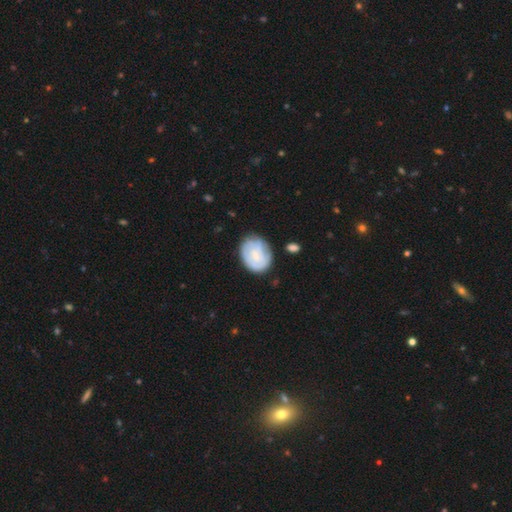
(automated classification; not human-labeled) smooth-or-featured: featured or disk: 53% | smooth: 41% | star or artifact: 6%
  disk-edge-on: no: 97% | yes: 3%
    bar: no: 66% | weak: 29% | strong: 5%
    has-spiral-arms: yes: 68% | no: 32%
    bulge-size: small: 71% | moderate: 22% | none: 4% | large: 1% | dominant: 1%
  merging: none: 68% | minor disturbance: 22% | major disturbance: 7% | merger: 3%